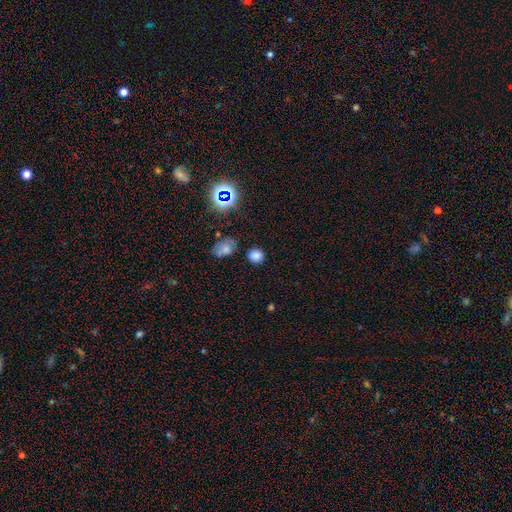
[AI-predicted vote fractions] Morphology: type=smooth (76%); roundness=round (84%); merging=none (84%).